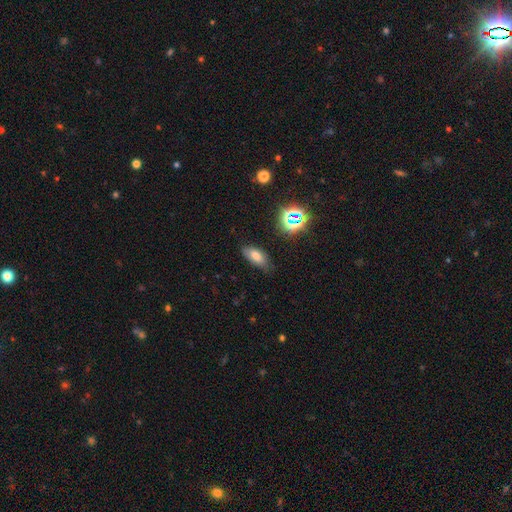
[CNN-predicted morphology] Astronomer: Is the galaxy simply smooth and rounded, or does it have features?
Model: smooth — 71%.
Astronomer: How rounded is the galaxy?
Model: in between — 87%.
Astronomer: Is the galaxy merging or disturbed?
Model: none — 71%.